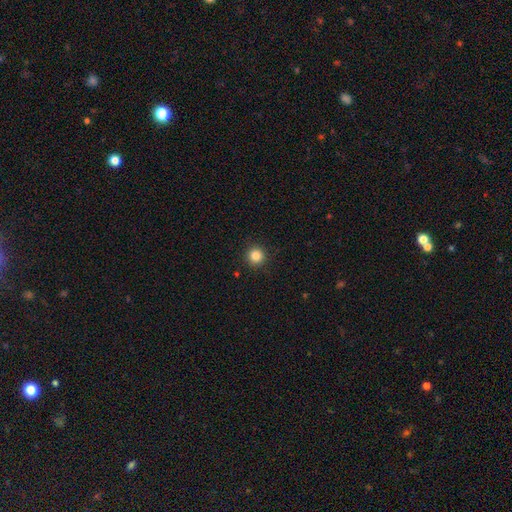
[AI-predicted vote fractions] Smooth or featured: smooth — 85% (star or artifact — 11%)
How rounded: round — 95% (in between — 4%)
Merging: none — 92% (minor disturbance — 5%)